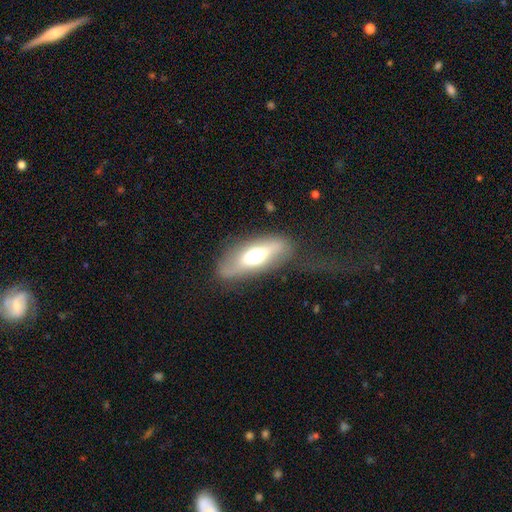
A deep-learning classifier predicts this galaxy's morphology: Smooth or featured: featured or disk — 47% (smooth — 44%)
Merging: none — 65% (minor disturbance — 19%)